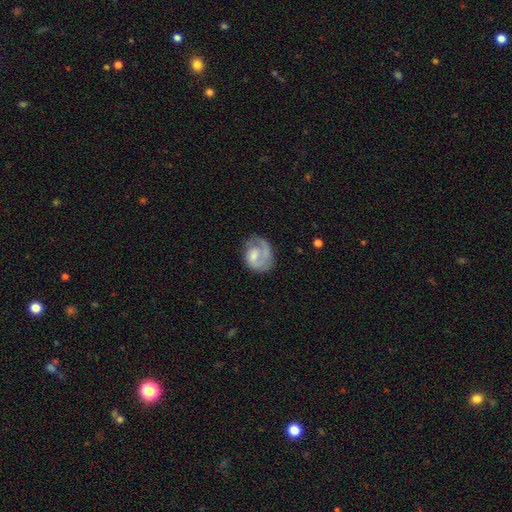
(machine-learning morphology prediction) A featured or disk galaxy (57%) with no bar (62%), spiral arms (80%) and a moderate central bulge (39%).

Vote fractions:
- Smooth or featured? featured or disk: 57% / smooth: 37% / star or artifact: 6%
- Edge-on disk? no: 98% / yes: 2%
- Bar? no: 62% / weak: 32% / strong: 6%
- Spiral arms? yes: 80% / no: 20%
- Bulge size? moderate: 39% / small: 28% / none: 19% / large: 12% / dominant: 2%
- Merging? none: 52% / major disturbance: 24% / minor disturbance: 21% / merger: 3%